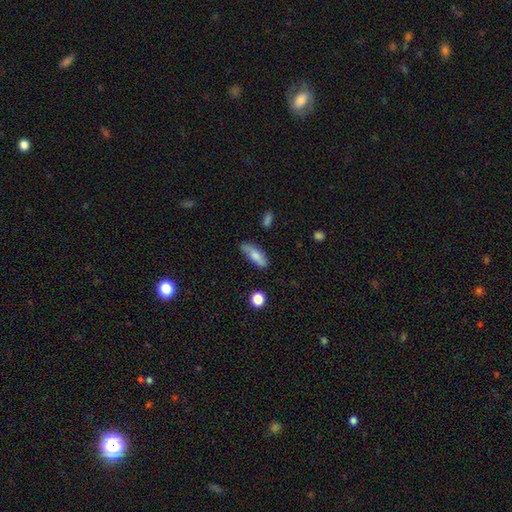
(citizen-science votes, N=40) Morphology: type=smooth (65%); roundness=cigar-shaped (58%); merging=none (73%).